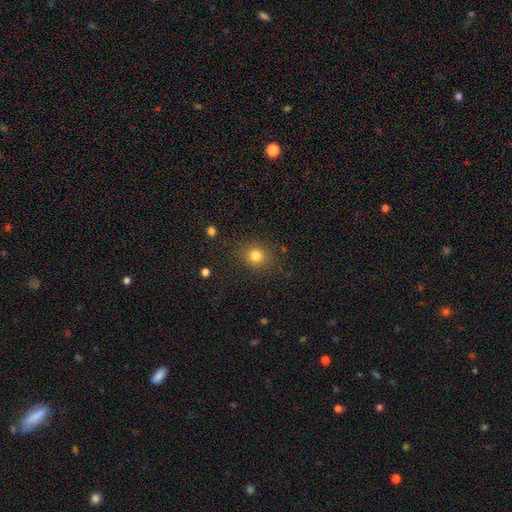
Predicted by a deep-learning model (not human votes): A smooth galaxy with no disk features (80%) that is round (79%). Merging: none (84%).